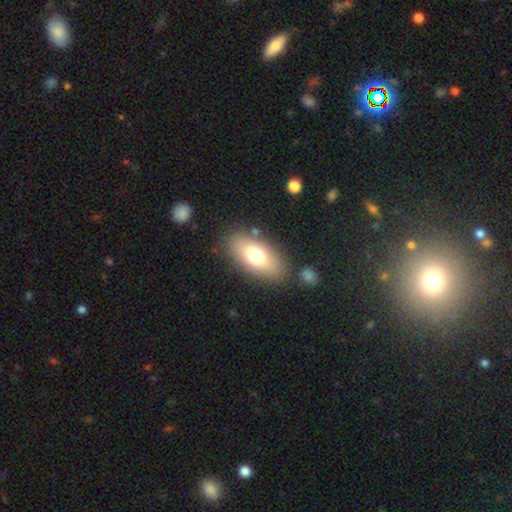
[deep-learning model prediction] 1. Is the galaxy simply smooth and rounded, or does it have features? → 72% smooth, 20% featured or disk, 8% star or artifact.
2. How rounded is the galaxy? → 89% in between, 6% cigar-shaped, 4% round.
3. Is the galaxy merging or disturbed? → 83% none, 10% minor disturbance, 4% merger, 4% major disturbance.